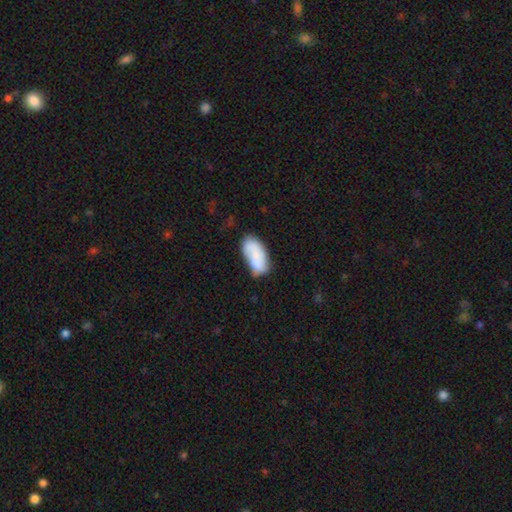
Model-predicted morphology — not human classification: This appears to be a smooth galaxy with no disk features (68%) that is in between round and cigar-shaped (93%). Merging: none (53%).